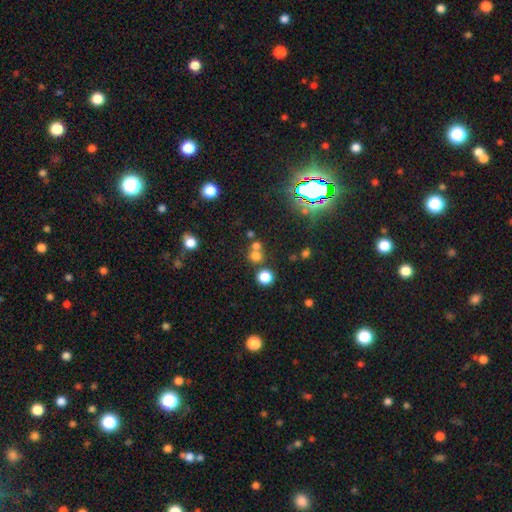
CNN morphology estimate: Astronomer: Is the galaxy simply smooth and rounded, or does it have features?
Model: smooth — 66%.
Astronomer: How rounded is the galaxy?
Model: round — 87%.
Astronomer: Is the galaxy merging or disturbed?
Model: none — 57%.